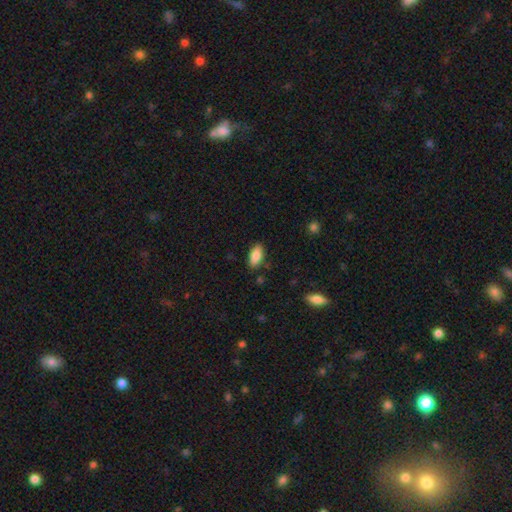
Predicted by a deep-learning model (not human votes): Overall: smooth (87%). How rounded: in between (89%). Merging: none (84%).